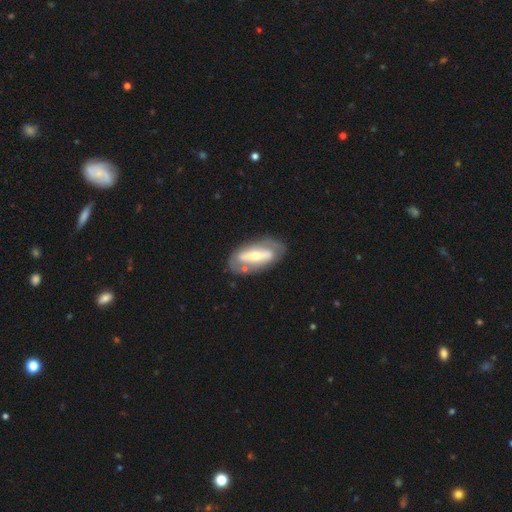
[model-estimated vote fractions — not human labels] Smooth or featured?
  - featured or disk: 68% *
  - smooth: 27%
  - star or artifact: 5%
Edge-on disk?
  - no: 83% *
  - yes: 17%
Bar?
  - strong: 64% *
  - weak: 19%
  - no: 17%
Spiral arms?
  - no: 53% *
  - yes: 47%
Bulge size?
  - moderate: 54% *
  - small: 36%
  - large: 7%
  - none: 2%
  - dominant: 1%
Merging?
  - none: 72% *
  - minor disturbance: 17%
  - major disturbance: 7%
  - merger: 4%